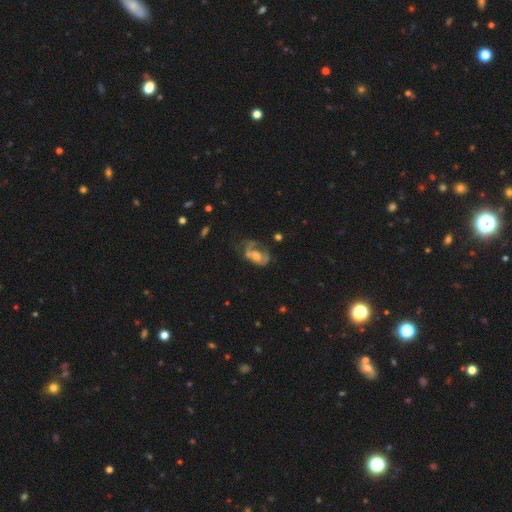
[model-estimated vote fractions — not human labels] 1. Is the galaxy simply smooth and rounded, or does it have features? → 54% featured or disk, 33% smooth, 13% star or artifact.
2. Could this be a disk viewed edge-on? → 96% no, 4% yes.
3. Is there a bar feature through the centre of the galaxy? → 79% no, 17% weak, 4% strong.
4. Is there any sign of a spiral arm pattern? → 60% no, 40% yes.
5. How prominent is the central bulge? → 52% moderate, 28% small, 10% large, 9% none, 2% dominant.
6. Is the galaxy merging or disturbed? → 40% major disturbance, 29% none, 23% minor disturbance, 8% merger.